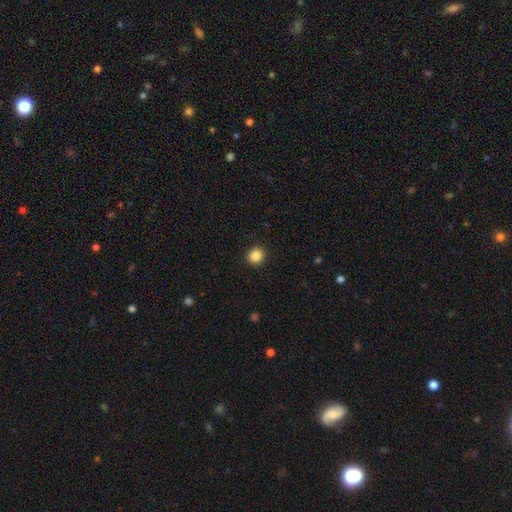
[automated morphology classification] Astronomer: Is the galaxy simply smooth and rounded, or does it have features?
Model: smooth — 86%.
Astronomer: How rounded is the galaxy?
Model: round — 88%.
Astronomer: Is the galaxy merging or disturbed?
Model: none — 93%.